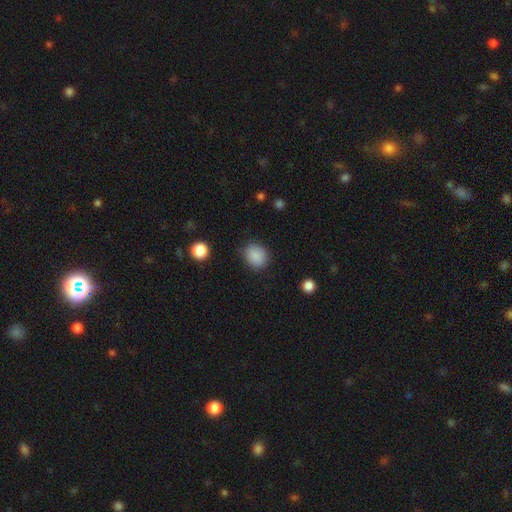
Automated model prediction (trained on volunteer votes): This is clearly a smooth galaxy (87%). How rounded: possibly round (59%). Merging: clearly none (84%).